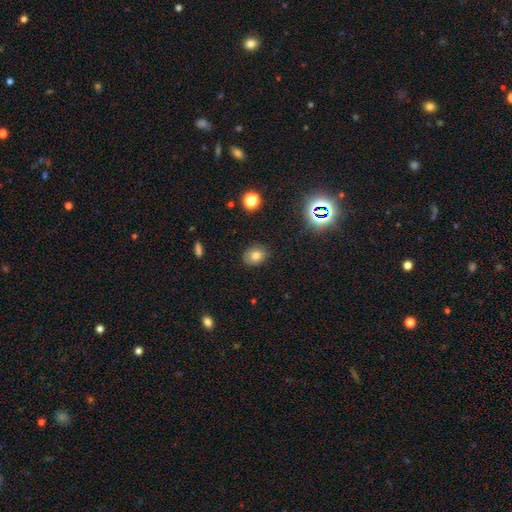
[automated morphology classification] Q: Smooth or featured?
A: smooth (75%); runner-up: star or artifact (15%)
Q: How rounded?
A: round (51%); runner-up: in between (48%)
Q: Merging?
A: none (85%); runner-up: minor disturbance (11%)